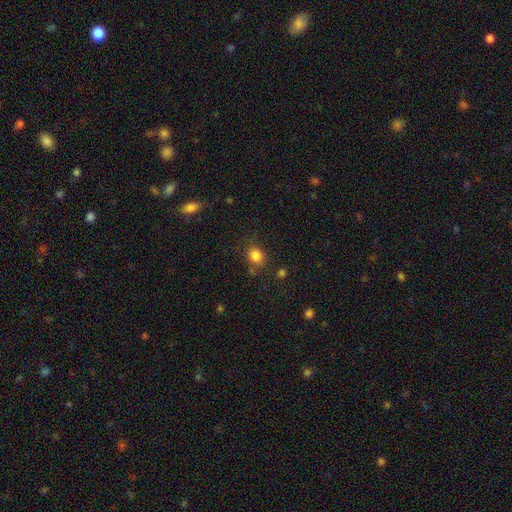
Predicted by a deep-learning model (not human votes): smooth_or_featured: smooth (p=0.84) [alt: star or artifact p=0.11]
how_rounded: round (p=0.64) [alt: in between p=0.35]
merging: none (p=0.76) [alt: minor disturbance p=0.14]